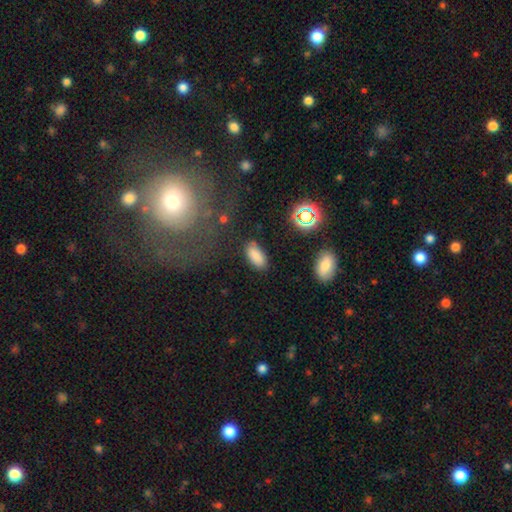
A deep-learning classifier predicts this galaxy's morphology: A smooth galaxy with no disk features (84%) that is in between round and cigar-shaped (91%). Merging: none (82%).